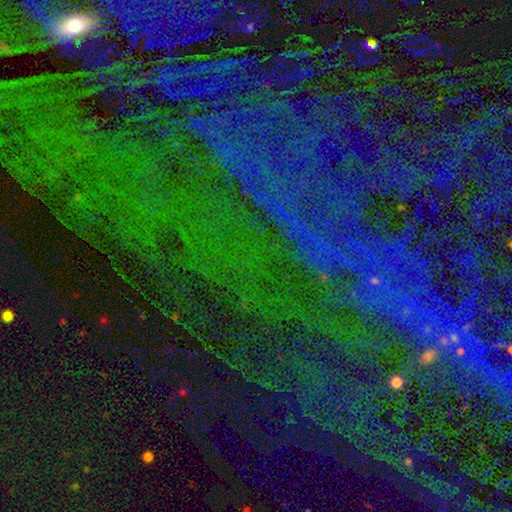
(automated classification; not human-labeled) star or artifact 84%, featured or disk 9%, smooth 8%.